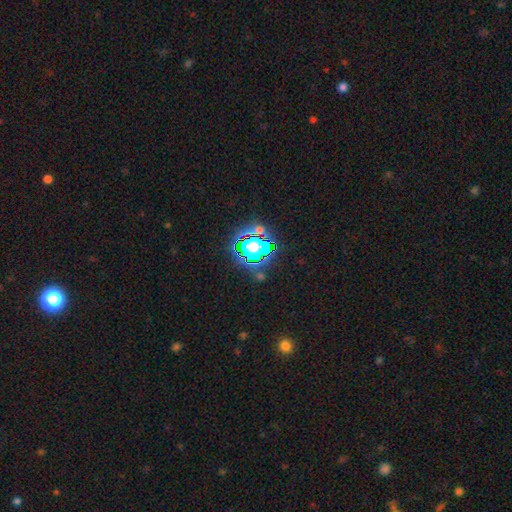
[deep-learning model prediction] star or artifact 64%, smooth 24%, featured or disk 13%.